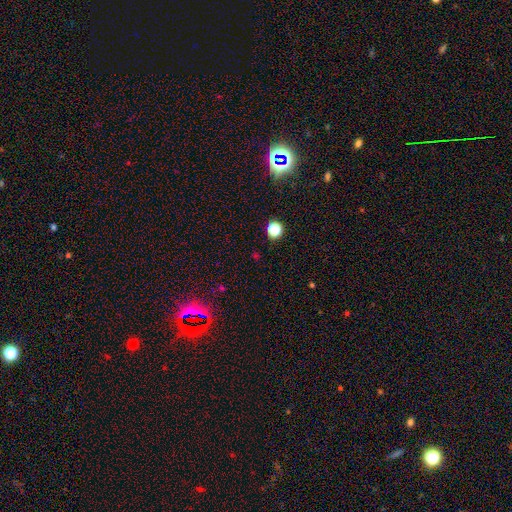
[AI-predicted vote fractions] Smooth or featured? star or artifact (50%)